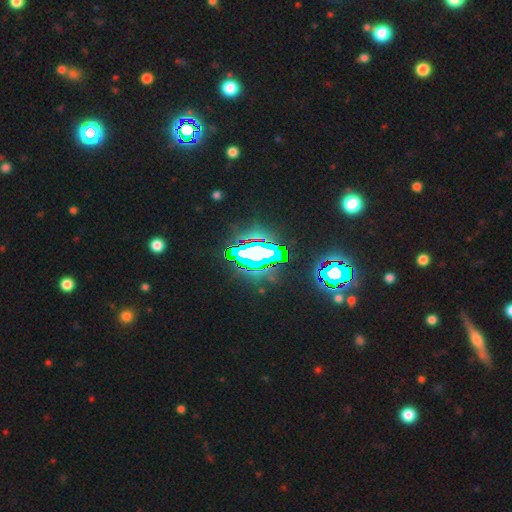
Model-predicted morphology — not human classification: A star or artifact, not a galaxy (64%).

Vote fractions:
- Smooth or featured? star or artifact: 64% / featured or disk: 21% / smooth: 15%